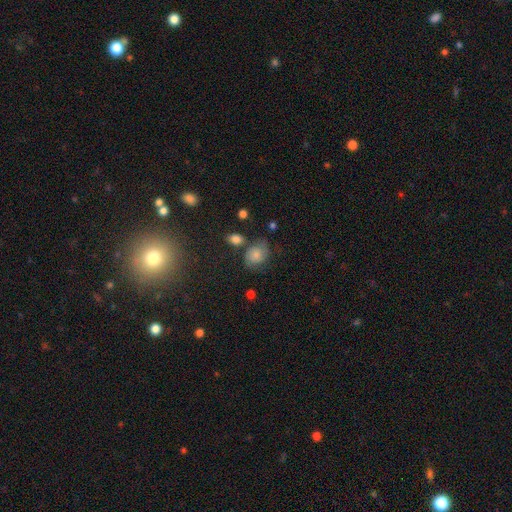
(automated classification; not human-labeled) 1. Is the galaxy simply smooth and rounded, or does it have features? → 51% smooth, 37% featured or disk, 12% star or artifact.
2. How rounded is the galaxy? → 54% in between, 45% round, 1% cigar-shaped.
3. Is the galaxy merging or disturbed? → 55% none, 24% minor disturbance, 12% major disturbance, 8% merger.